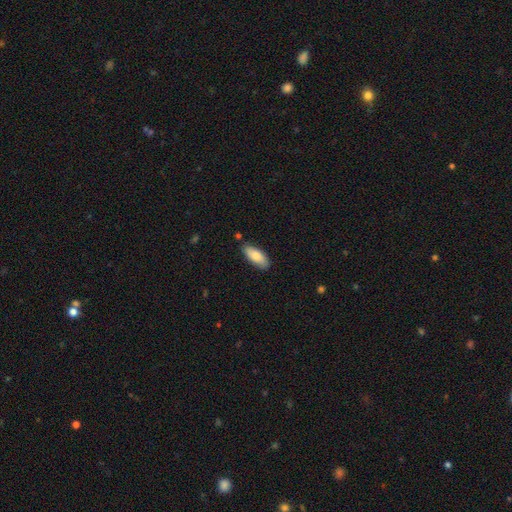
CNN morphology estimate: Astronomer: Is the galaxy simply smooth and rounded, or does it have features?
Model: smooth — 80%.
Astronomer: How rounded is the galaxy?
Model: in between — 82%.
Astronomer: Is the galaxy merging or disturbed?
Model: none — 80%.